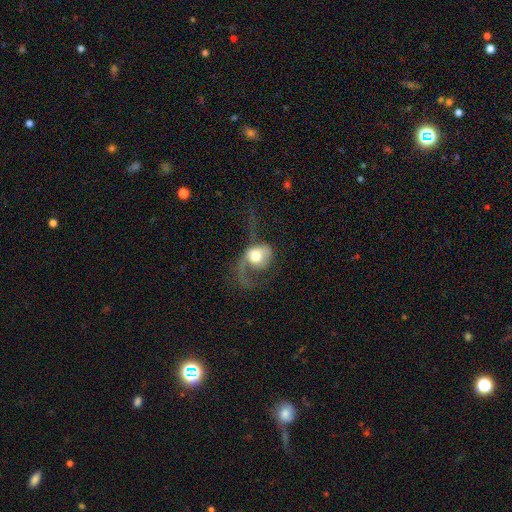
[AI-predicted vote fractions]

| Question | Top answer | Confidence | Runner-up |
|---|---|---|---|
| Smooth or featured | featured or disk | 47% | smooth (46%) |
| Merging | major disturbance | 60% | none (20%) |